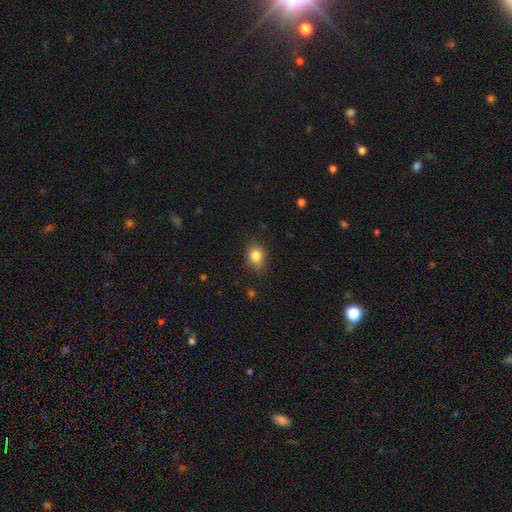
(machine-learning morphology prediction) smooth_or_featured: smooth (p=0.84) [alt: star or artifact p=0.10]
how_rounded: in between (p=0.51) [alt: round p=0.47]
merging: none (p=0.78) [alt: minor disturbance p=0.17]